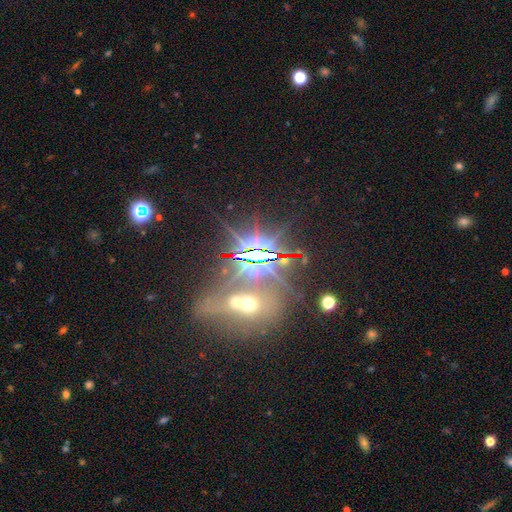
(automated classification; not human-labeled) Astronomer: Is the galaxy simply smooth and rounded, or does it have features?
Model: star or artifact — 49% (runner-up: featured or disk, 26%).